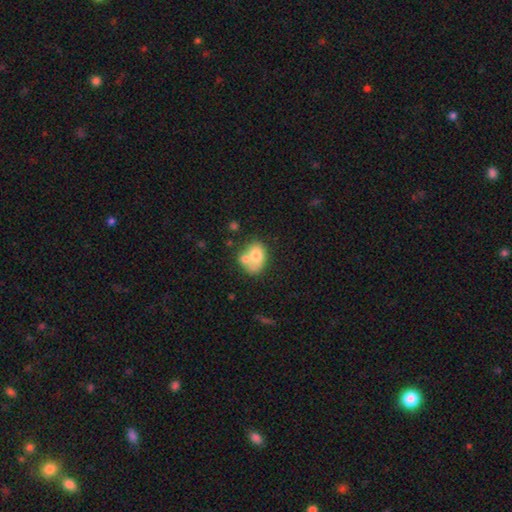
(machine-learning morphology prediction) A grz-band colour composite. It shows a smooth galaxy with no disk features (67%) that is in between round and cigar-shaped (69%). Merging: merger (47%).